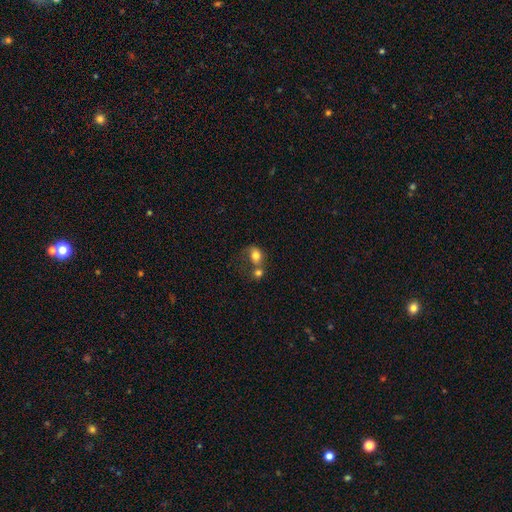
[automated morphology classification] Smooth or featured?
  - smooth: 77% *
  - featured or disk: 14%
  - star or artifact: 9%
How rounded?
  - round: 50% *
  - in between: 49%
  - cigar-shaped: 1%
Merging?
  - merger: 53% *
  - none: 25%
  - minor disturbance: 12%
  - major disturbance: 10%